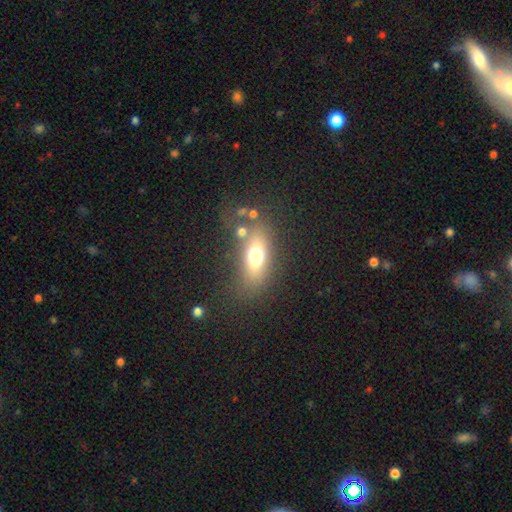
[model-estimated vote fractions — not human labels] Q: Smooth or featured?
A: smooth (62%); runner-up: featured or disk (23%)
Q: How rounded?
A: in between (69%); runner-up: cigar-shaped (16%)
Q: Merging?
A: none (72%); runner-up: minor disturbance (13%)